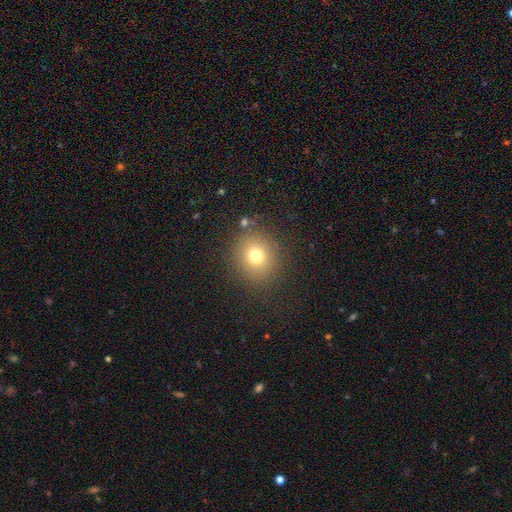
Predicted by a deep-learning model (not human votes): This is likely a smooth galaxy (73%). How rounded: clearly round (85%). Merging: clearly none (85%).